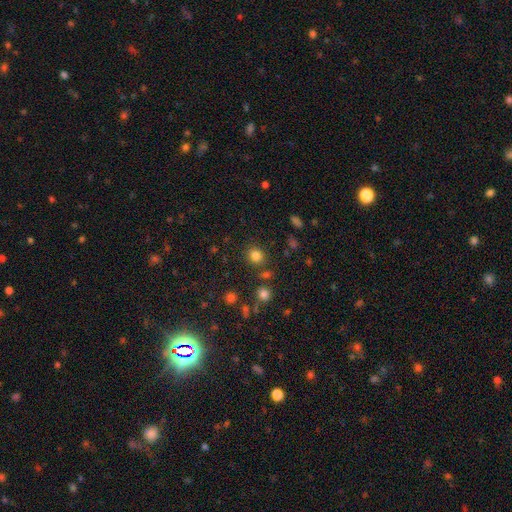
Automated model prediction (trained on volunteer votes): smooth_or_featured: smooth (p=0.81) [alt: star or artifact p=0.14]
how_rounded: round (p=0.82) [alt: in between p=0.17]
merging: none (p=0.83) [alt: minor disturbance p=0.08]